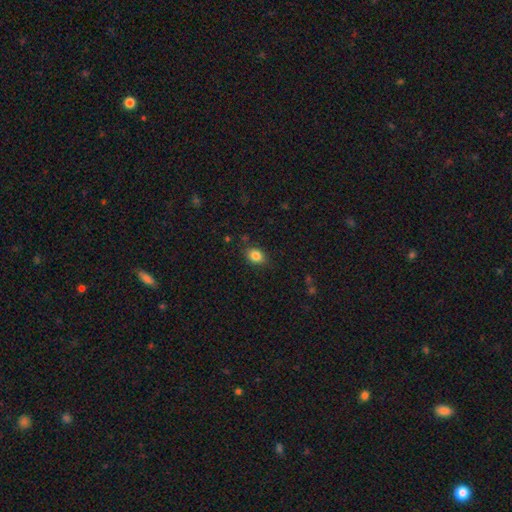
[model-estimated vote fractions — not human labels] smooth_or_featured: smooth (p=0.85) [alt: star or artifact p=0.10]
how_rounded: in between (p=0.67) [alt: round p=0.31]
merging: none (p=0.83) [alt: minor disturbance p=0.12]